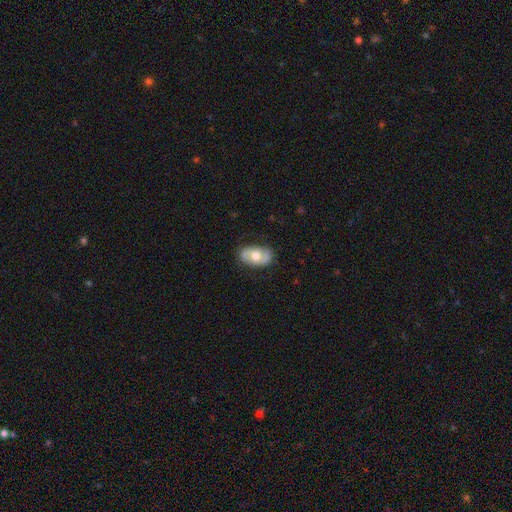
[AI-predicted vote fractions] Overall: smooth (51%; featured or disk 43%). How rounded: in between (87%). Merging: none (79%).